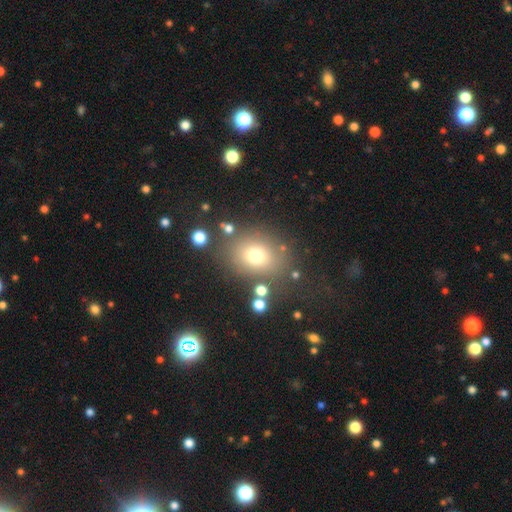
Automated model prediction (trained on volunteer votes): This is likely a smooth galaxy (71%). How rounded: likely round (62%). Merging: likely none (75%).